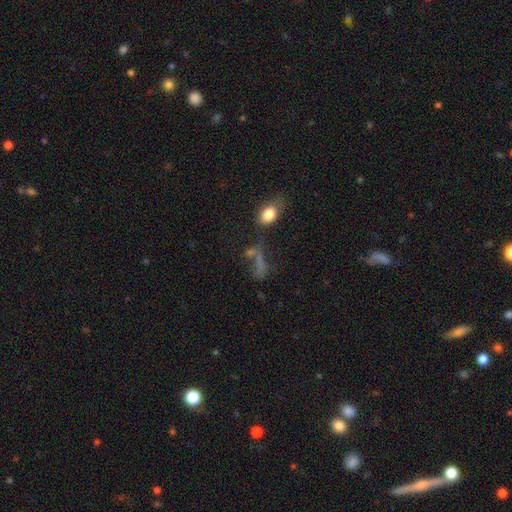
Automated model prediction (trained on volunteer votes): A smooth galaxy with no disk features (49%).

Vote fractions:
- Smooth or featured? smooth: 49% / star or artifact: 29% / featured or disk: 23%
- Merging? none: 45% / merger: 22% / major disturbance: 18% / minor disturbance: 15%